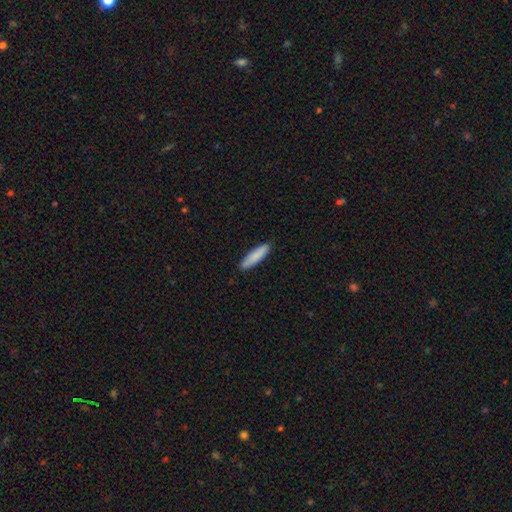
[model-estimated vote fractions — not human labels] Q: Smooth or featured?
A: smooth (86%); runner-up: featured or disk (9%)
Q: How rounded?
A: cigar-shaped (77%); runner-up: in between (22%)
Q: Merging?
A: none (88%); runner-up: minor disturbance (9%)